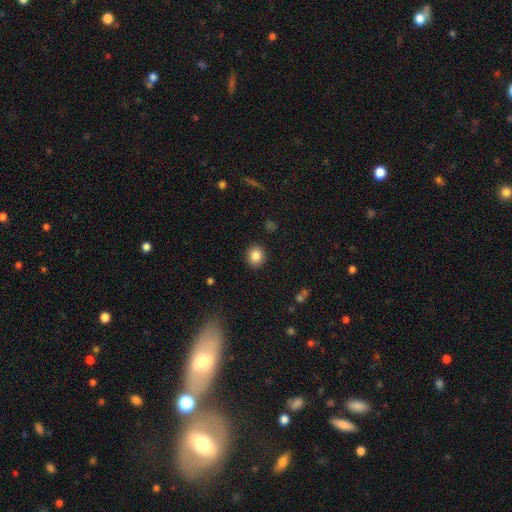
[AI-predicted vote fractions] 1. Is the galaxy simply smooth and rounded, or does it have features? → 85% smooth, 10% star or artifact, 5% featured or disk.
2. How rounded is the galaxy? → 80% round, 19% in between, 1% cigar-shaped.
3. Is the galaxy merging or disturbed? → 91% none, 6% minor disturbance, 2% major disturbance, 1% merger.